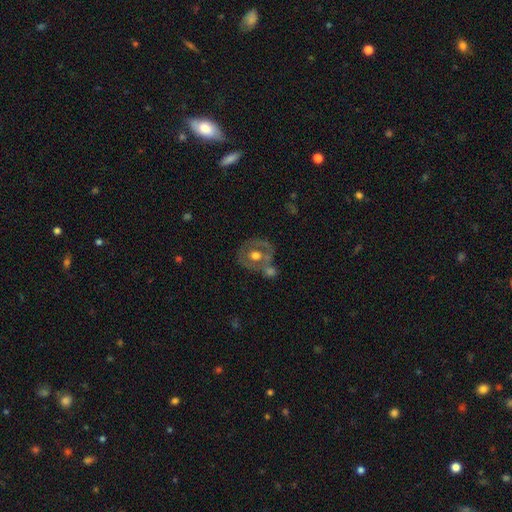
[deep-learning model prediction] Smooth or featured?
  - featured or disk: 57% *
  - smooth: 36%
  - star or artifact: 7%
Edge-on disk?
  - no: 95% *
  - yes: 5%
Bar?
  - no: 80% *
  - weak: 15%
  - strong: 5%
Spiral arms?
  - no: 79% *
  - yes: 21%
Bulge size?
  - moderate: 72% *
  - large: 19%
  - small: 6%
  - none: 2%
  - dominant: 1%
Merging?
  - none: 47% *
  - merger: 28%
  - minor disturbance: 16%
  - major disturbance: 9%